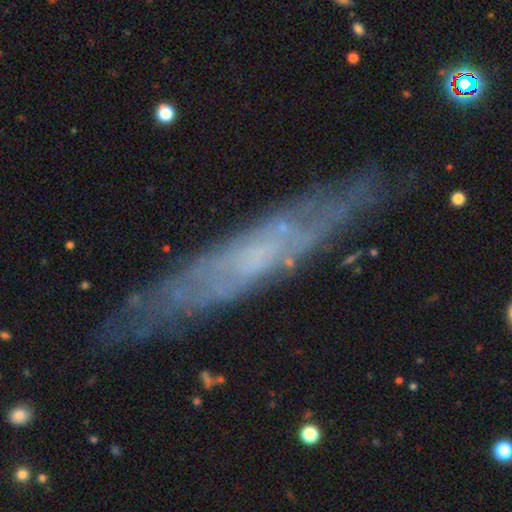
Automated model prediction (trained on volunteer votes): A featured or disk galaxy (67%) viewed edge-on (67%).

Vote fractions:
- Smooth or featured? featured or disk: 67% / smooth: 24% / star or artifact: 10%
- Edge-on disk? yes: 67% / no: 33%
- Merging? none: 82% / minor disturbance: 13% / major disturbance: 3% / merger: 2%